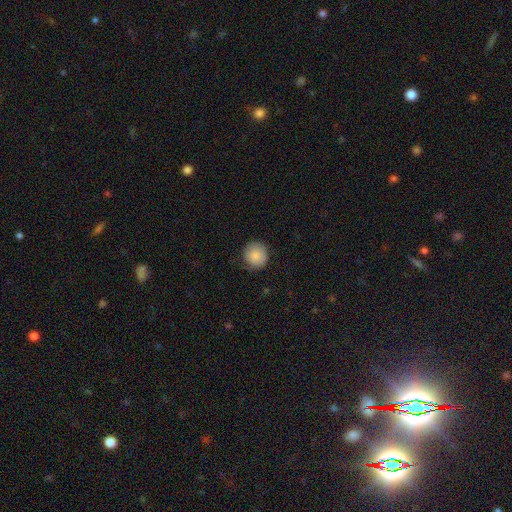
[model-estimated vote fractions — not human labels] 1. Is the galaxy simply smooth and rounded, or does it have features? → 84% smooth, 8% featured or disk, 8% star or artifact.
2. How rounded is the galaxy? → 92% round, 7% in between, 1% cigar-shaped.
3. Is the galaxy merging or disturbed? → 78% none, 18% minor disturbance, 4% major disturbance, 1% merger.